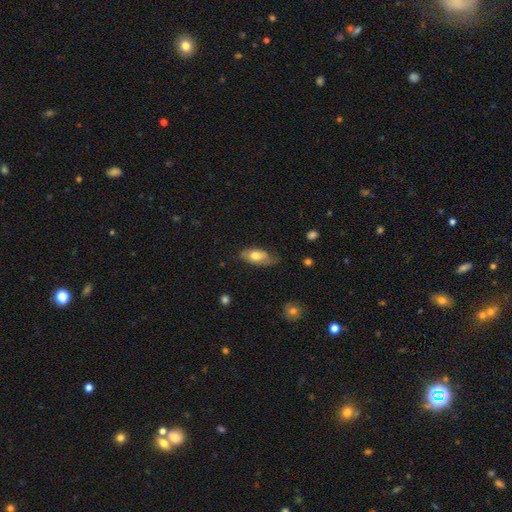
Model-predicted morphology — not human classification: smooth 64%, featured or disk 30%, star or artifact 6%. Down the decision tree: how rounded — in between (87%); merging — none (58%).